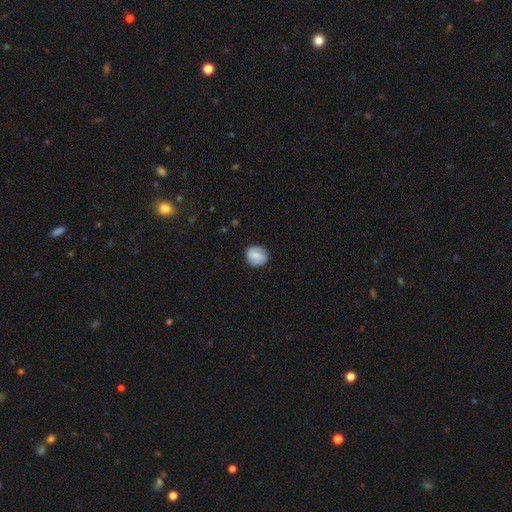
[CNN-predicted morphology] This is likely a smooth galaxy (76%). How rounded: likely round (78%). Merging: clearly none (81%).